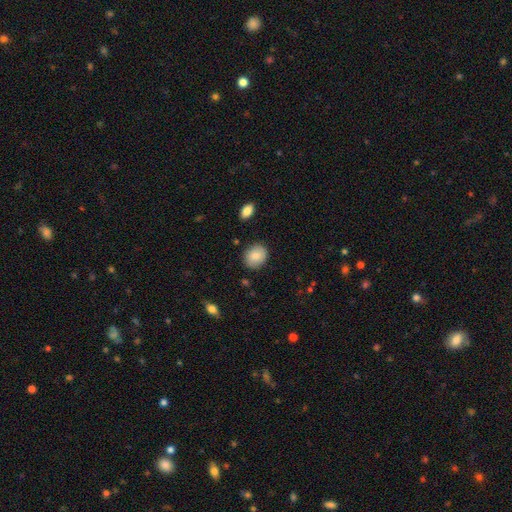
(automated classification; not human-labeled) This appears to be a smooth galaxy with no disk features (85%) that is round (57%). Merging: none (86%).